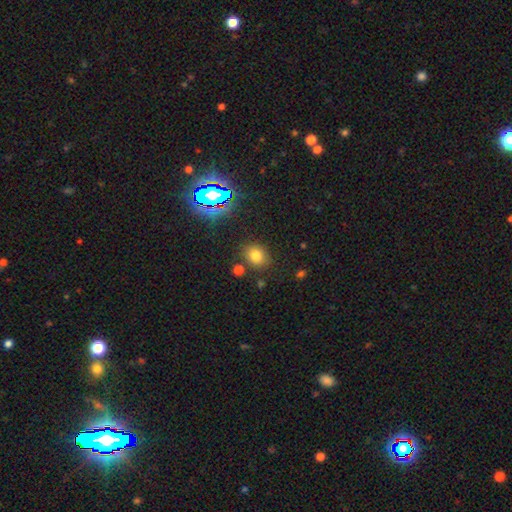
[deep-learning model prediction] Smooth or featured? smooth (74%)
How rounded? round (60%)
Merging? none (81%)